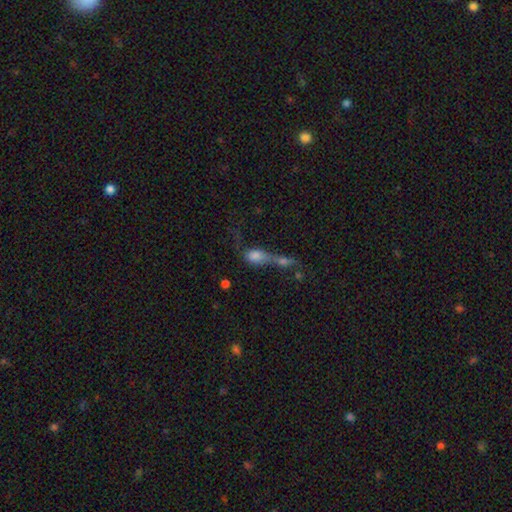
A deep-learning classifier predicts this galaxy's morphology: smooth 70%, featured or disk 19%, star or artifact 12%. Down the decision tree: how rounded — in between (70%); merging — merger (67%).